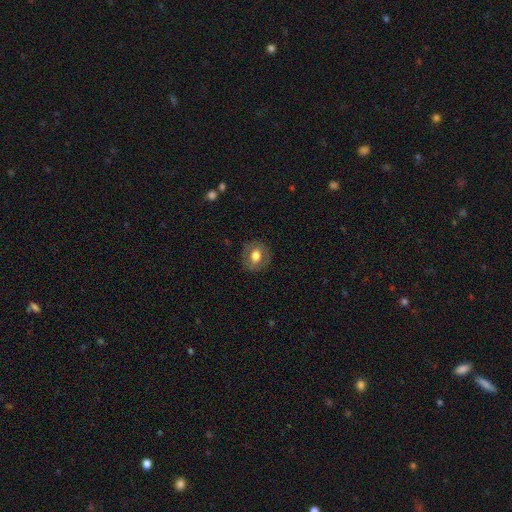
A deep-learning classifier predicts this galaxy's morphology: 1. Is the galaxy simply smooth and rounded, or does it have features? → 63% smooth, 29% featured or disk, 8% star or artifact.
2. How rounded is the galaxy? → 73% round, 26% in between, 1% cigar-shaped.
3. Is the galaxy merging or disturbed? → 84% none, 11% minor disturbance, 4% major disturbance, 1% merger.